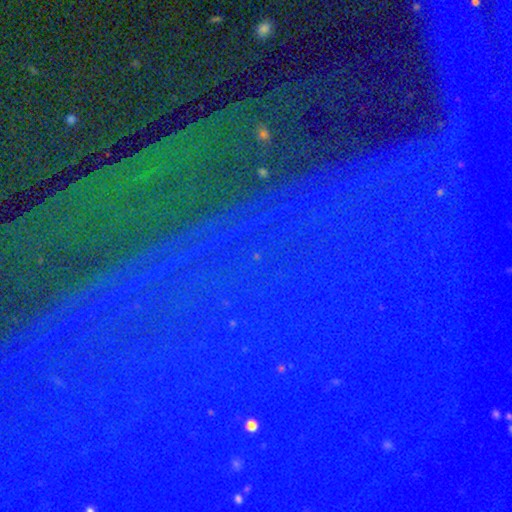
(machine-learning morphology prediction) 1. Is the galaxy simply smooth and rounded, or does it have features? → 88% star or artifact, 6% featured or disk, 5% smooth.